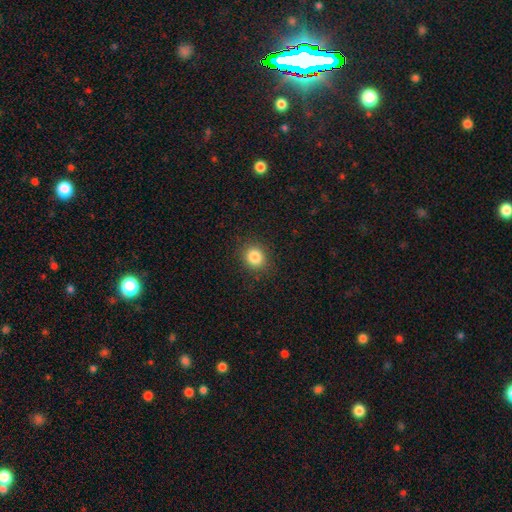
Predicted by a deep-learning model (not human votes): smooth 84%, star or artifact 11%, featured or disk 5%. Down the decision tree: how rounded — round (79%); merging — none (89%).